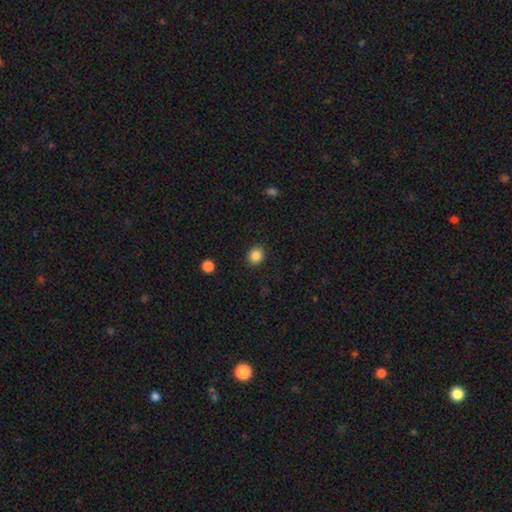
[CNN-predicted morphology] Overall: smooth (86%). How rounded: round (68%; in between 31%). Merging: none (90%).